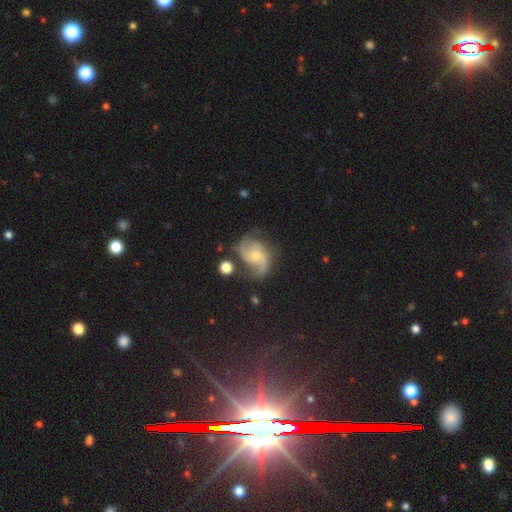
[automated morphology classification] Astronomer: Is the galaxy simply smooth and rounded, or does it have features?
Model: featured or disk — 84%.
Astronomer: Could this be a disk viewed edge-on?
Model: no — 98%.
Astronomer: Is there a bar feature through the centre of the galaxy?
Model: no — 62%.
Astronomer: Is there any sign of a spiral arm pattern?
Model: yes — 97%.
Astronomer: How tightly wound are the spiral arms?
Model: medium — 53%.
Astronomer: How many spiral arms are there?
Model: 2 — 64%.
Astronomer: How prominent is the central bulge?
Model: small — 52% (runner-up: moderate, 41%).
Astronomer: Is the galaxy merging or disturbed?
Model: none — 64%.